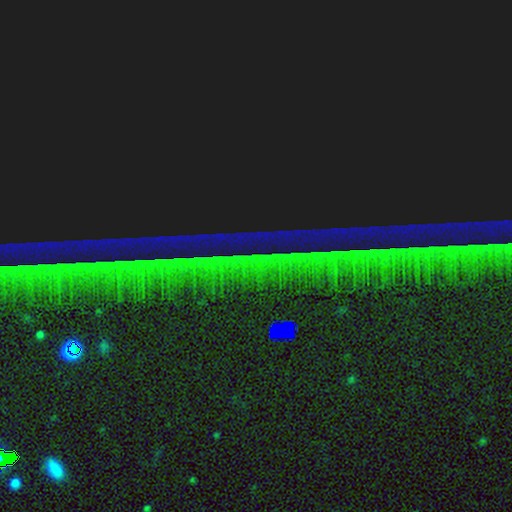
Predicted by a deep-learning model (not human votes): Smooth or featured?
  - star or artifact: 89% *
  - featured or disk: 6%
  - smooth: 5%